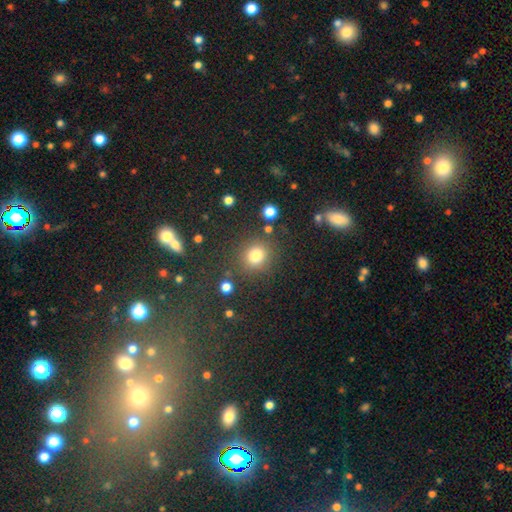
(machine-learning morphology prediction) Smooth or featured? smooth (79%)
How rounded? round (88%)
Merging? none (80%)